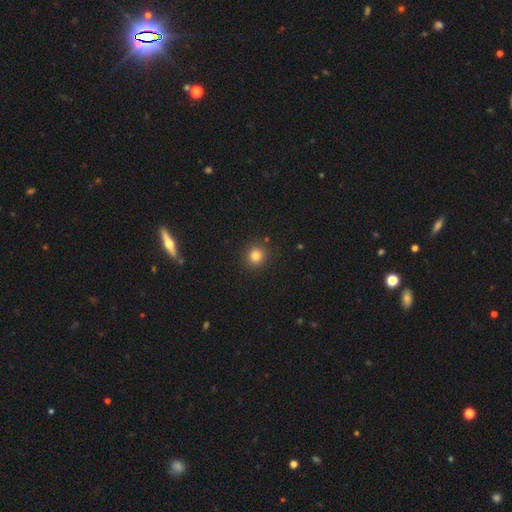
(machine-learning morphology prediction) Smooth or featured? smooth (81%)
How rounded? round (89%)
Merging? none (89%)